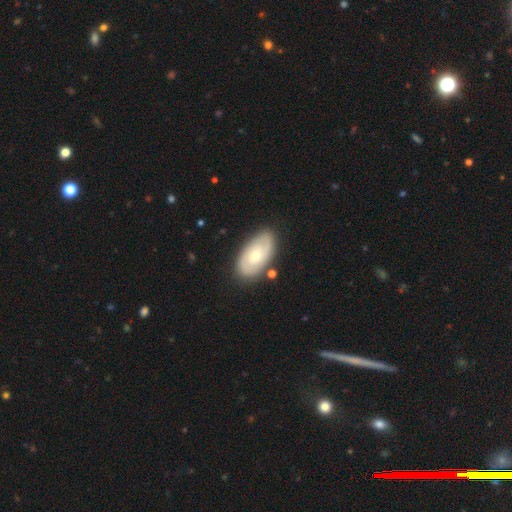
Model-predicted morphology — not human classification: A featured or disk galaxy (62%) with no bar (69%), spiral arms (81%) and a moderate central bulge (54%). Merging: none (80%).